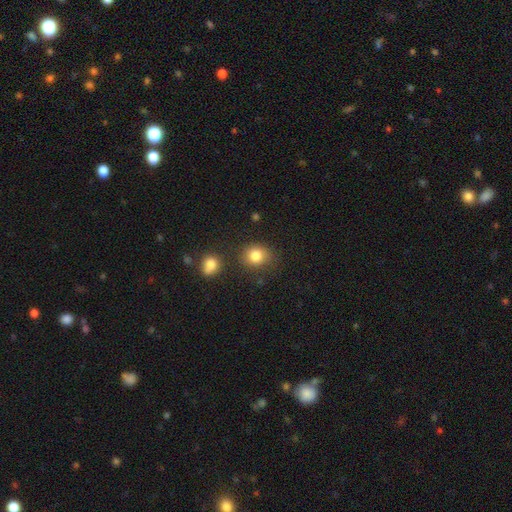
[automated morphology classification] smooth 83%, star or artifact 11%, featured or disk 6%. Down the decision tree: how rounded — round (70%); merging — none (75%).